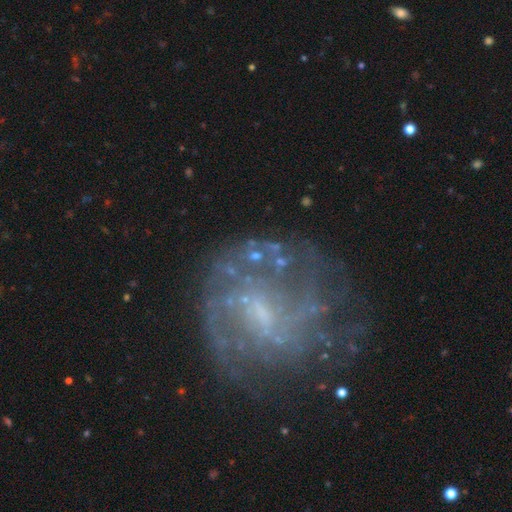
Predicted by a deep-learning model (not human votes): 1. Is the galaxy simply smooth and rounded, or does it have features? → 53% featured or disk, 24% star or artifact, 22% smooth.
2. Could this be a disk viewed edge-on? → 95% no, 5% yes.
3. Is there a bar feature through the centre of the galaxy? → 66% no, 21% weak, 13% strong.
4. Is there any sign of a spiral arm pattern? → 57% no, 43% yes.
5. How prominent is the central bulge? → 47% none, 27% small, 19% moderate, 4% large, 2% dominant.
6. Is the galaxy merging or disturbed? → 57% none, 19% minor disturbance, 18% major disturbance, 6% merger.